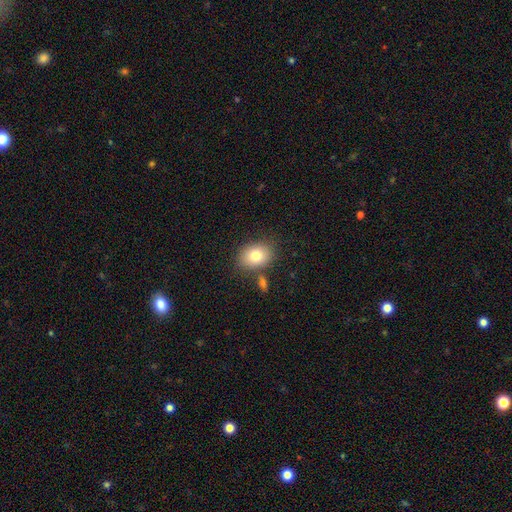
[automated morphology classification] Smooth or featured? smooth (80%)
How rounded? in between (71%)
Merging? none (76%)